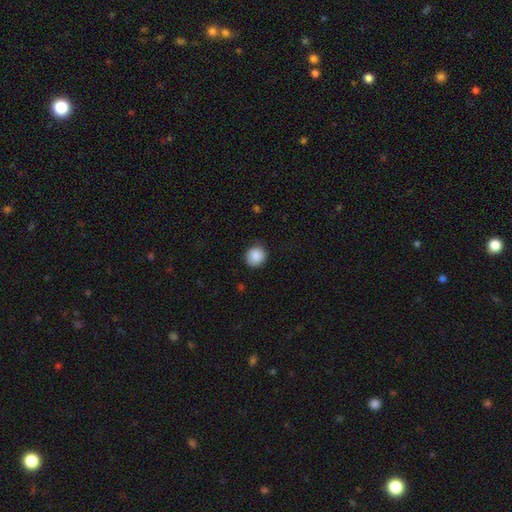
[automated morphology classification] A smooth galaxy with no disk features (88%) that is round (85%). Merging: none (86%).